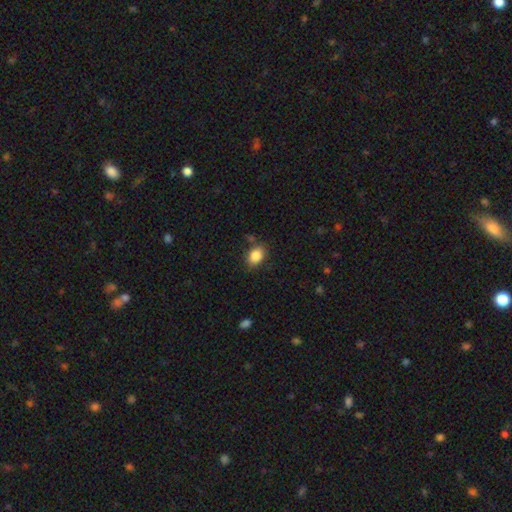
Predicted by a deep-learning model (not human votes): The model was most divided on "how rounded": in between: 73%, round: 26%, cigar-shaped: 1%. More confident: smooth or featured — smooth (86%); merging — none (79%).